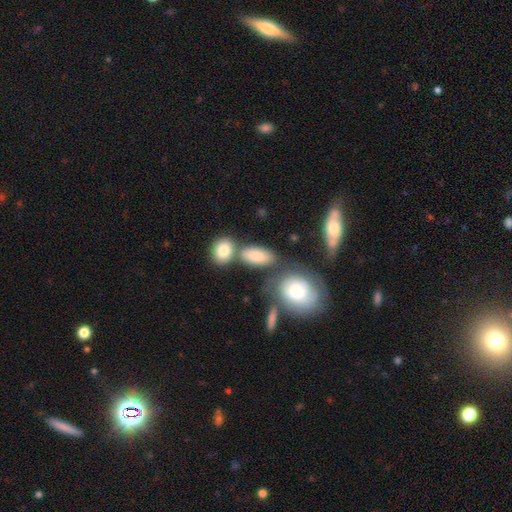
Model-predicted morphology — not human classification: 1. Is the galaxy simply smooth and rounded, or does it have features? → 56% smooth, 23% featured or disk, 21% star or artifact.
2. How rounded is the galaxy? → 57% in between, 37% round, 6% cigar-shaped.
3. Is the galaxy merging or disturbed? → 53% none, 28% merger, 13% minor disturbance, 6% major disturbance.